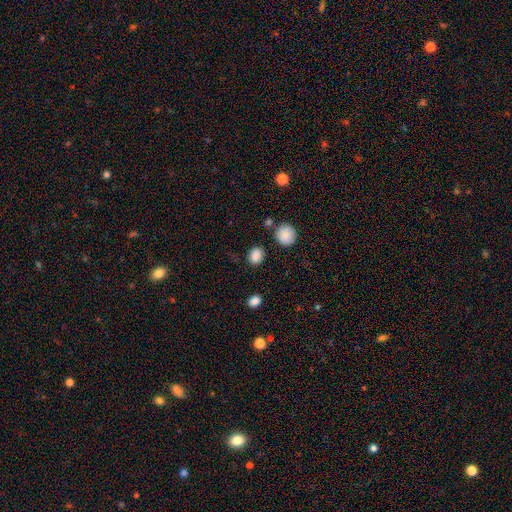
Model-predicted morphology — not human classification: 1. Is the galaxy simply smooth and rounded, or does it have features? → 86% smooth, 11% star or artifact, 4% featured or disk.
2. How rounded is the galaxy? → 57% round, 42% in between, 1% cigar-shaped.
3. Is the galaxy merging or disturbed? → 82% none, 11% minor disturbance, 4% major disturbance, 3% merger.